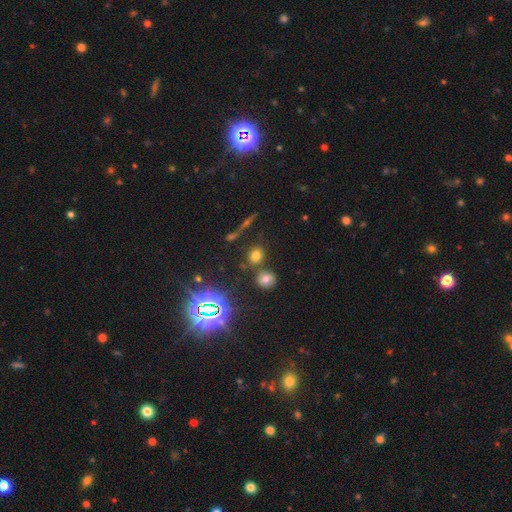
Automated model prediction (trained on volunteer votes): smooth 64%, star or artifact 26%, featured or disk 10%. Down the decision tree: how rounded — round (65%); merging — none (75%).